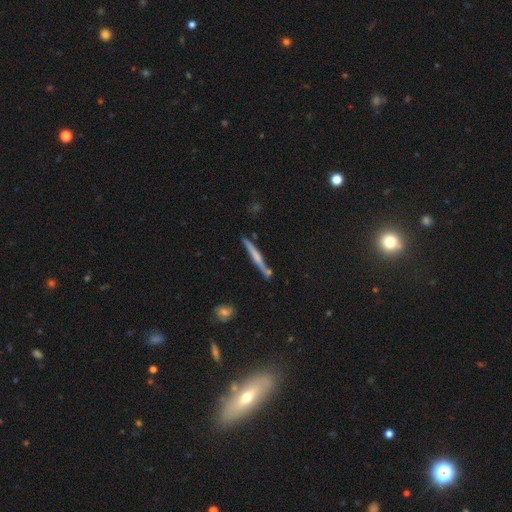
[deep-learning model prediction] Overall: featured or disk (53%; smooth 40%). Edge-on disk: yes (96%). Edge-on bulge: none (48%; rounded 33%). Merging: none (76%).